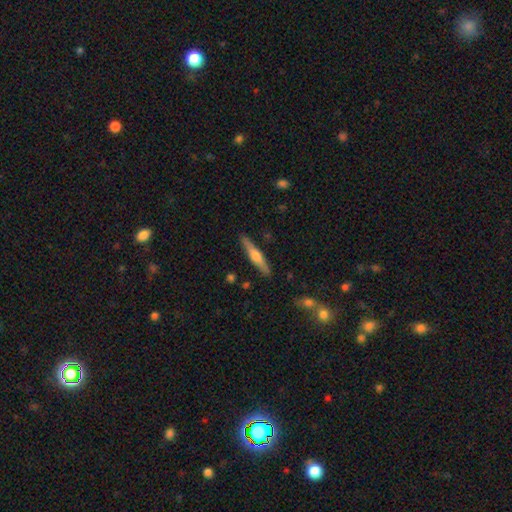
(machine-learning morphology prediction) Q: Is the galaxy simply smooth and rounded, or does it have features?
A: featured or disk — 55%.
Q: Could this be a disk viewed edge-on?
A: yes — 96%.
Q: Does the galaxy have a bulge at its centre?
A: rounded — 83%.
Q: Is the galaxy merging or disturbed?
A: none — 88%.